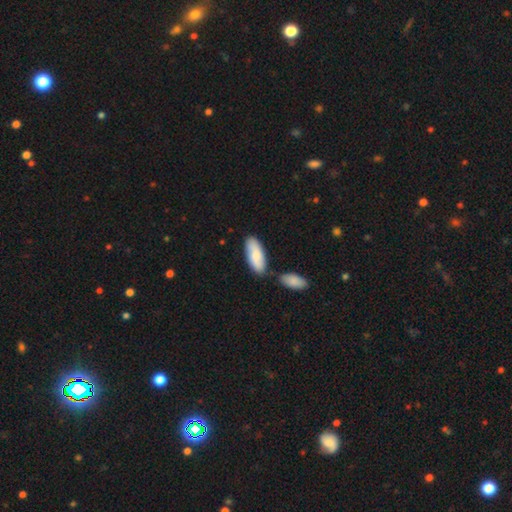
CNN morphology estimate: A smooth galaxy with no disk features (80%) that is in between round and cigar-shaped (80%).

Vote fractions:
- Smooth or featured? smooth: 80% / featured or disk: 15% / star or artifact: 5%
- How rounded? in between: 80% / cigar-shaped: 18% / round: 2%
- Merging? none: 65% / merger: 18% / minor disturbance: 14% / major disturbance: 3%